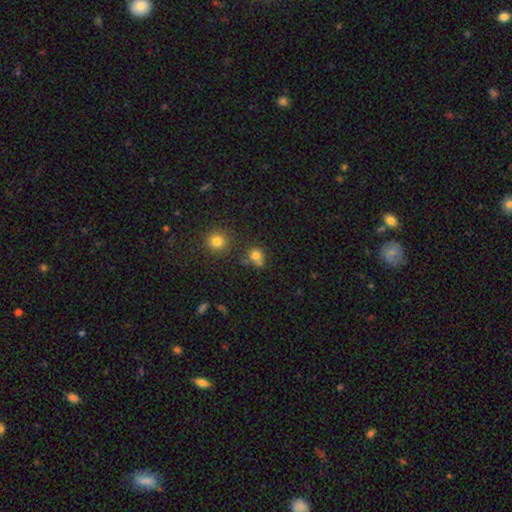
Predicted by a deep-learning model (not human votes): Smooth or featured? smooth (76%)
How rounded? round (82%)
Merging? none (57%)